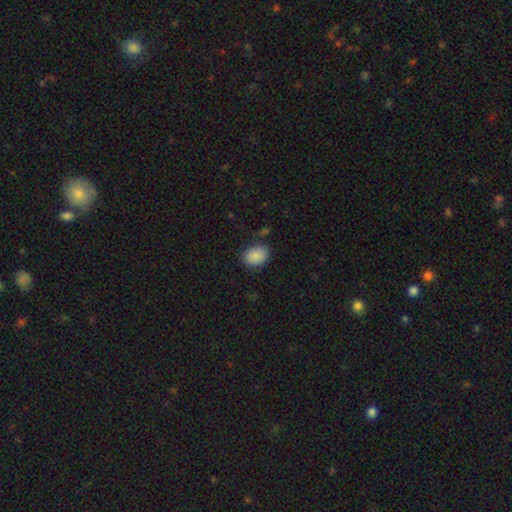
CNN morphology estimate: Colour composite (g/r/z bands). It shows a smooth galaxy with no disk features (88%) that is in between round and cigar-shaped (65%). Merging: none (82%).